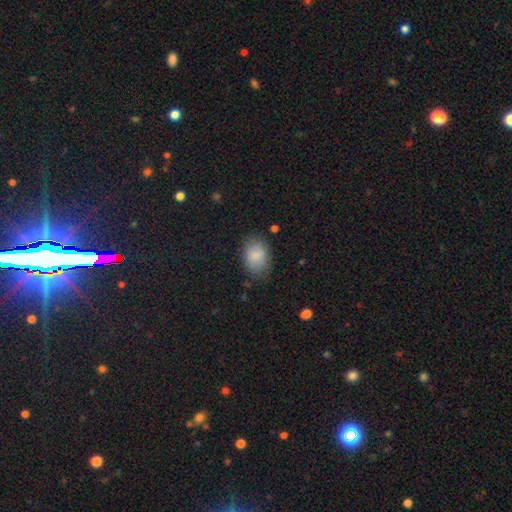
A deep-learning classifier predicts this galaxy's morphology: Overall: smooth (87%). How rounded: in between (80%). Merging: none (78%).